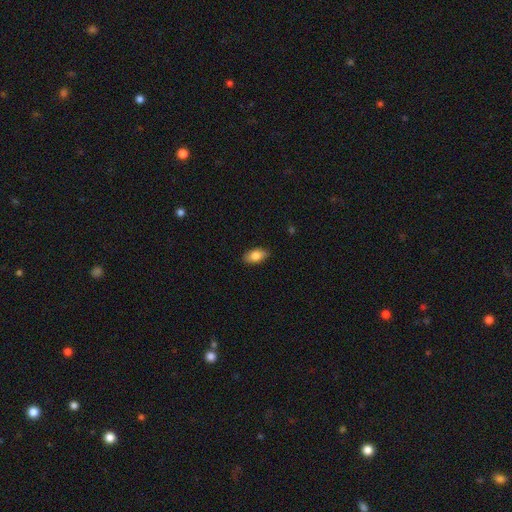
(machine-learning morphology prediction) smooth_or_featured: smooth (p=0.82) [alt: featured or disk p=0.11]
how_rounded: in between (p=0.92) [alt: round p=0.05]
merging: none (p=0.87) [alt: minor disturbance p=0.10]